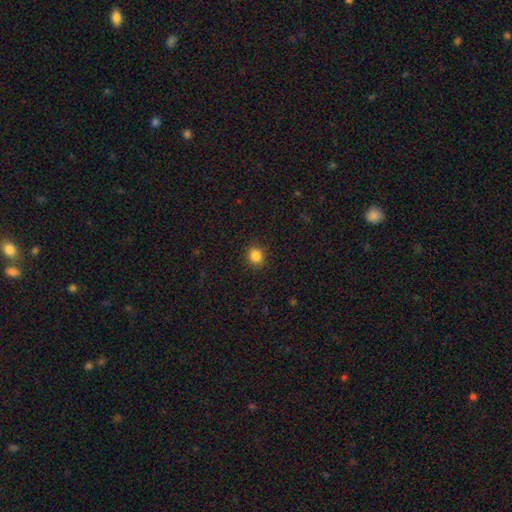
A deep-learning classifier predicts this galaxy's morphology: Smooth or featured? smooth (85%)
How rounded? round (86%)
Merging? none (91%)